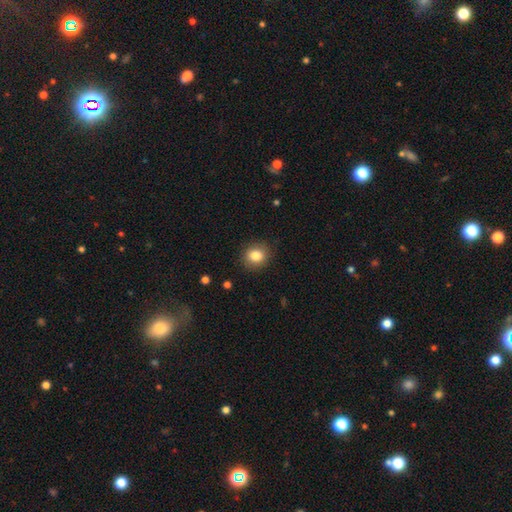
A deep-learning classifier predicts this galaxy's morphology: Smooth or featured? Predicted: smooth (p=0.83). How rounded? Predicted: round (p=0.74). Merging? Predicted: none (p=0.87).